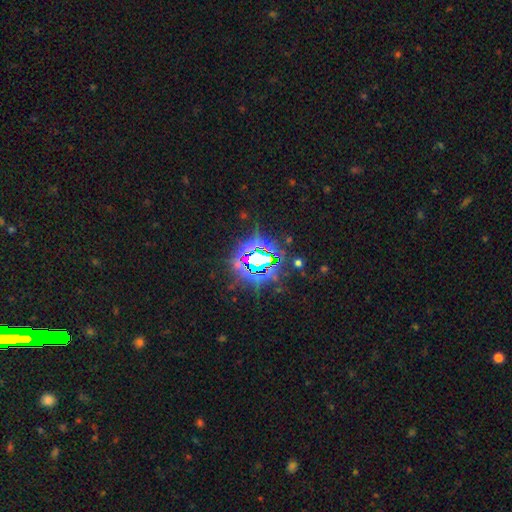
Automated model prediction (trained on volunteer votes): Smooth or featured? star or artifact (79%)